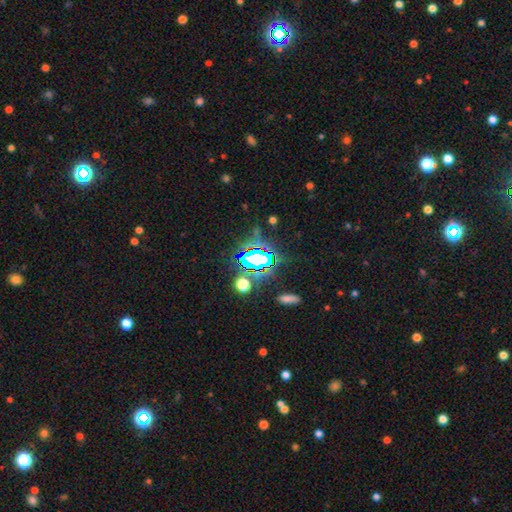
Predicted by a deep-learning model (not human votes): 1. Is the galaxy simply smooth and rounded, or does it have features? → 69% star or artifact, 18% smooth, 13% featured or disk.